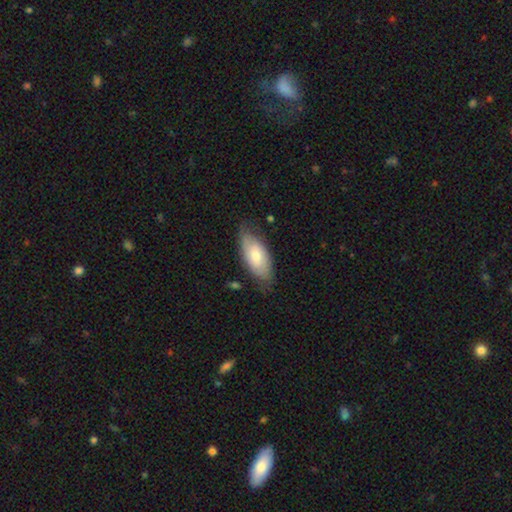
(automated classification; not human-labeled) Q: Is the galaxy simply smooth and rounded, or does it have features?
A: smooth — 60%.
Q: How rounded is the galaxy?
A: in between — 89%.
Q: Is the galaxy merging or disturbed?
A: none — 70%.